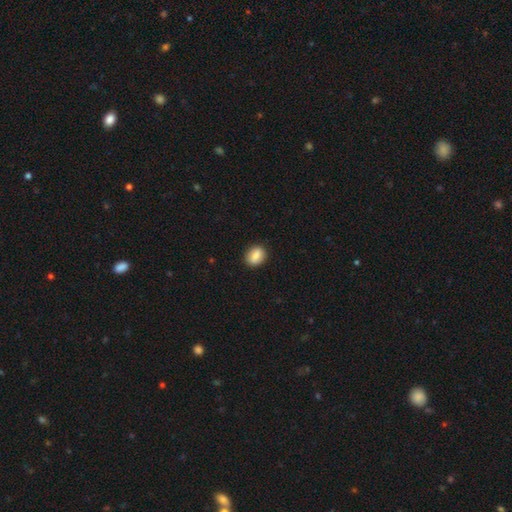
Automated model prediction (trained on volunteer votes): Smooth or featured? smooth (84%)
How rounded? in between (53%)
Merging? none (89%)